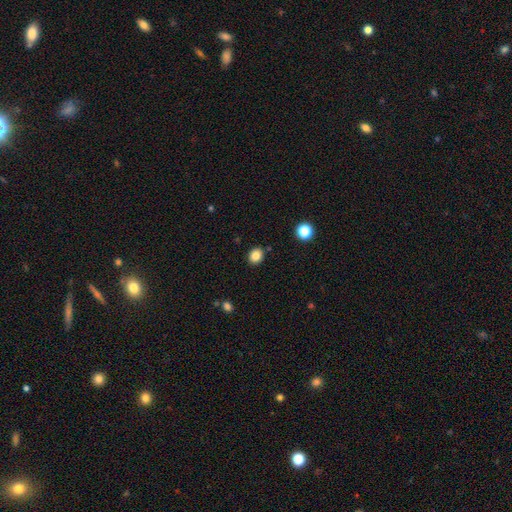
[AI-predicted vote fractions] The model was most divided on "how rounded": round: 63%, in between: 36%, cigar-shaped: 1%. More confident: merging — none (87%); smooth or featured — smooth (84%).